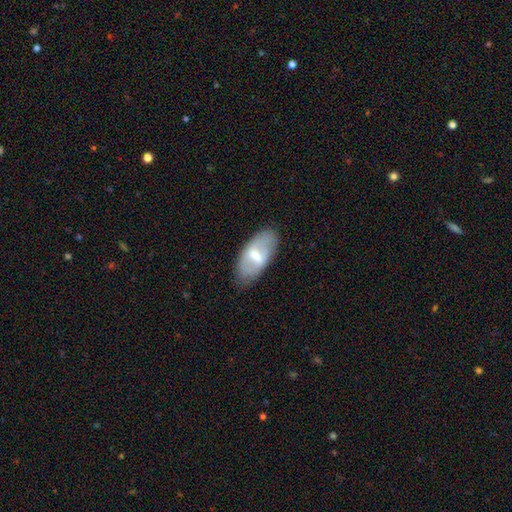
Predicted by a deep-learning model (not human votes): smooth-or-featured: featured or disk: 51% | smooth: 43% | star or artifact: 6%
  disk-edge-on: no: 86% | yes: 14%
  merging: none: 80% | minor disturbance: 14% | major disturbance: 4% | merger: 1%